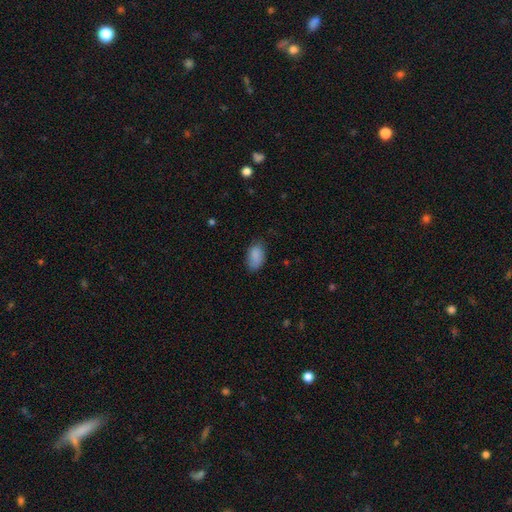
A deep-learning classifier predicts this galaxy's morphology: smooth_or_featured: smooth (p=0.87) [alt: star or artifact p=0.07]
how_rounded: in between (p=0.92) [alt: round p=0.06]
merging: none (p=0.73) [alt: minor disturbance p=0.21]